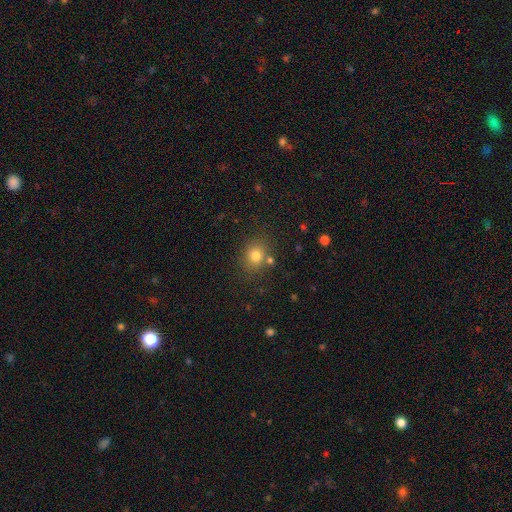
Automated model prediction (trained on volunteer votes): A smooth galaxy with no disk features (78%) that is round (69%). Merging: none (76%).